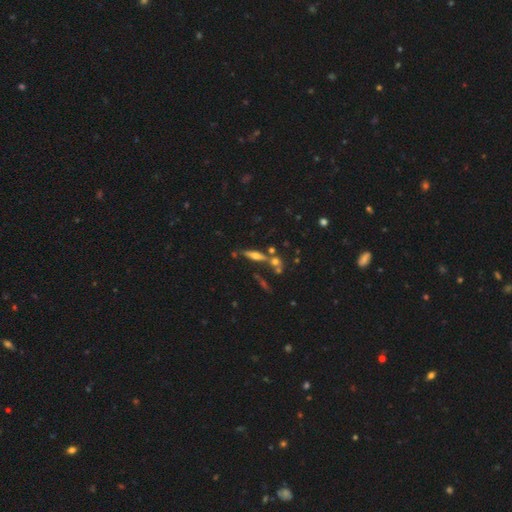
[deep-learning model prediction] Smooth or featured? Predicted: featured or disk (p=0.57). Edge-on disk? Predicted: yes (p=0.91). Edge-on bulge? Predicted: rounded (p=0.88). Merging? Predicted: none (p=0.66).